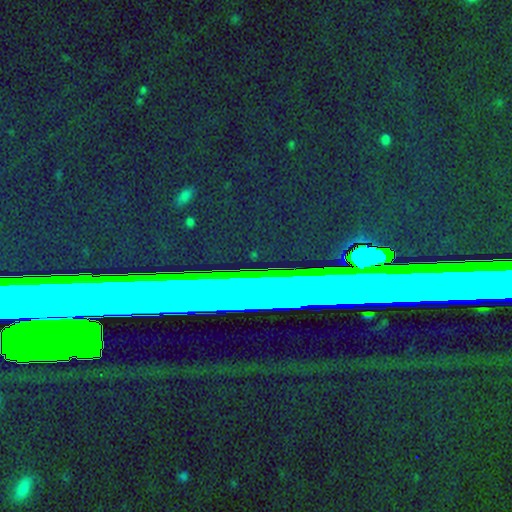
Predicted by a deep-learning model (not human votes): The model was most divided on "smooth or featured": star or artifact: 81%, smooth: 10%, featured or disk: 9%.